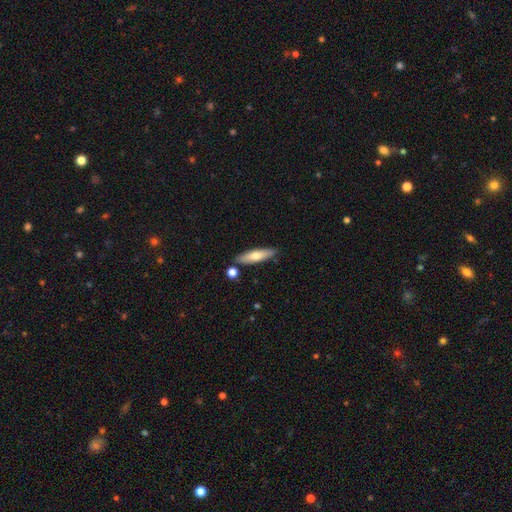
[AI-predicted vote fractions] Smooth or featured?
  - smooth: 64% *
  - featured or disk: 30%
  - star or artifact: 6%
How rounded?
  - cigar-shaped: 69% *
  - in between: 29%
  - round: 2%
Merging?
  - none: 82% *
  - minor disturbance: 10%
  - merger: 5%
  - major disturbance: 2%